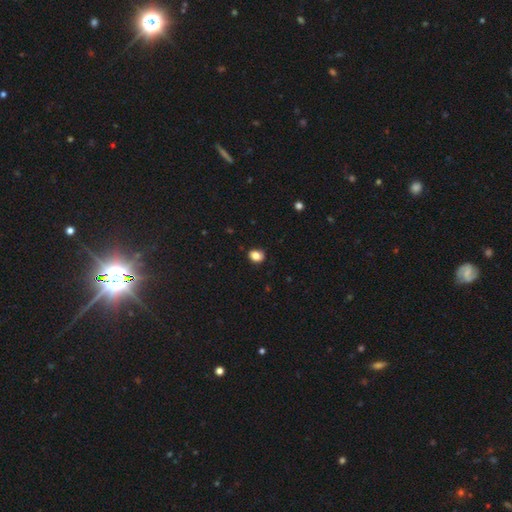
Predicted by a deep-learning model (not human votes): Smooth or featured?
  - smooth: 84% *
  - star or artifact: 10%
  - featured or disk: 6%
How rounded?
  - round: 51% *
  - in between: 48%
  - cigar-shaped: 1%
Merging?
  - none: 84% *
  - minor disturbance: 13%
  - major disturbance: 2%
  - merger: 1%